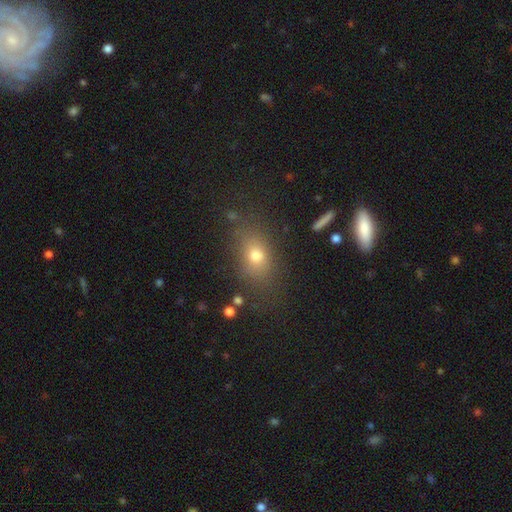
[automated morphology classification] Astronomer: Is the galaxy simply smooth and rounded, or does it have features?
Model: smooth — 70%.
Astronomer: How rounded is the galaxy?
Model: in between — 70%.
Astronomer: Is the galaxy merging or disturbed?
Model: none — 75%.